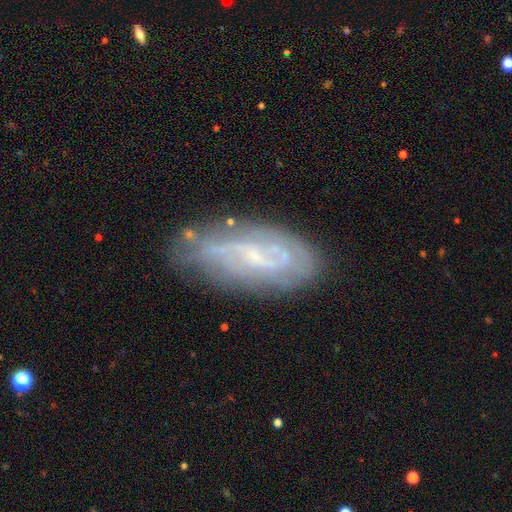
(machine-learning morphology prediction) smooth-or-featured: featured or disk: 72% | smooth: 20% | star or artifact: 8%
  disk-edge-on: no: 91% | yes: 9%
    bar: weak: 47% | no: 38% | strong: 15%
    has-spiral-arms: yes: 82% | no: 18%
      spiral-winding: tight: 41% | medium: 37% | loose: 22%
      spiral-arm-count: can't tell: 42% | 2: 38% | 3: 8% | 1: 5% | 4: 4% | more than 4: 3%
    bulge-size: small: 65% | none: 18% | moderate: 15% | large: 1% | dominant: 1%
  merging: none: 70% | minor disturbance: 20% | major disturbance: 7% | merger: 3%